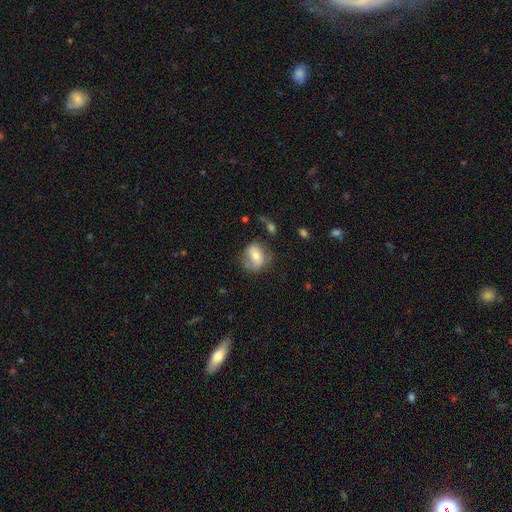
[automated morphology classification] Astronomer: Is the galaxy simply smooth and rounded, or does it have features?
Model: smooth — 58%.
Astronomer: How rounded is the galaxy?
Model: in between — 53% (runner-up: round, 45%).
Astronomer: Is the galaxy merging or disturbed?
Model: none — 56%.